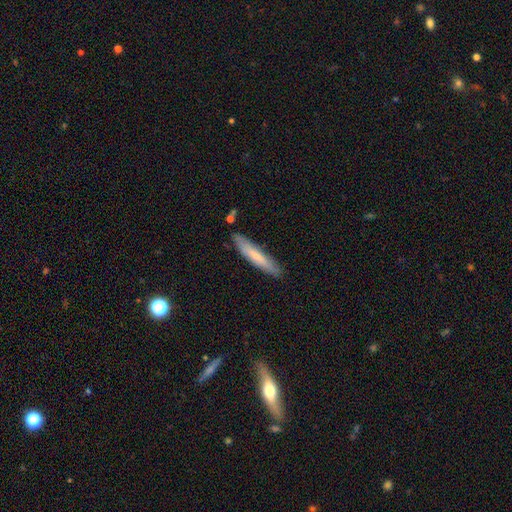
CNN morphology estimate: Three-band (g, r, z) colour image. It shows a smooth galaxy with no disk features (68%) that is cigar-shaped (90%). Merging: none (84%).